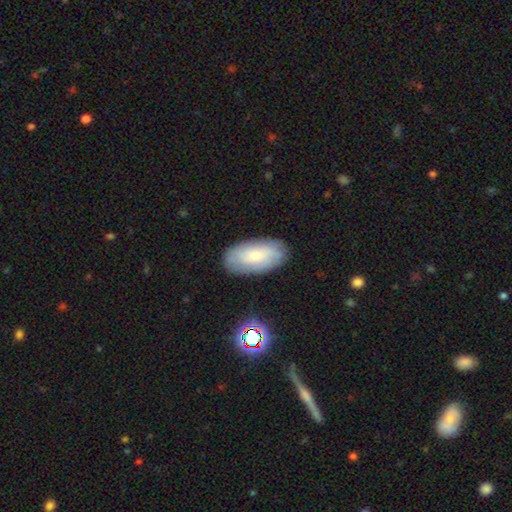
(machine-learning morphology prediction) The model was most divided on "smooth or featured": smooth: 57%, featured or disk: 34%, star or artifact: 8%. More confident: how rounded — in between (92%); merging — none (82%).